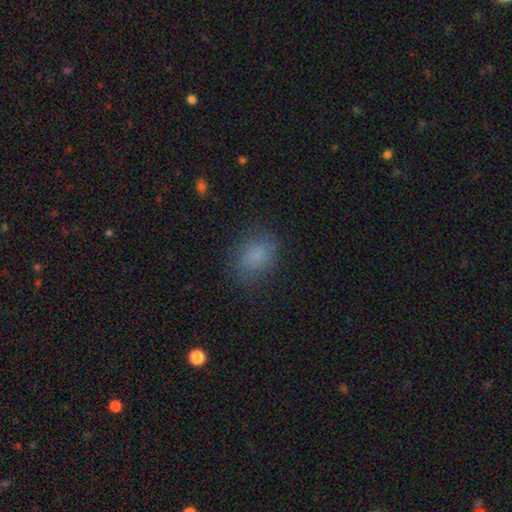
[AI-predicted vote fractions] A smooth galaxy with no disk features (81%) that is in between round and cigar-shaped (75%).

Vote fractions:
- Smooth or featured? smooth: 81% / star or artifact: 11% / featured or disk: 8%
- How rounded? in between: 75% / round: 23% / cigar-shaped: 2%
- Merging? none: 76% / minor disturbance: 16% / major disturbance: 7% / merger: 1%